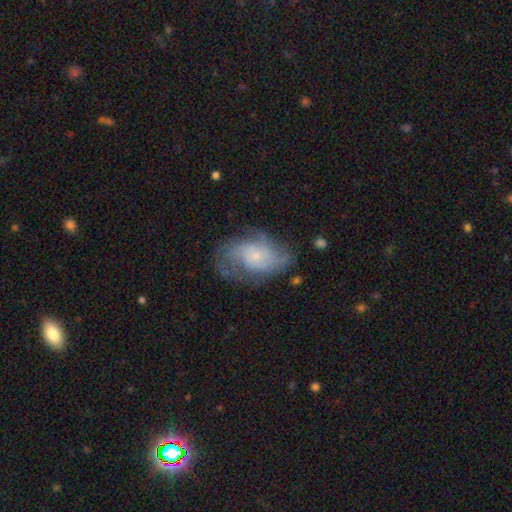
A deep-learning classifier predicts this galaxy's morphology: Q: Smooth or featured?
A: featured or disk (69%); runner-up: smooth (24%)
Q: Edge-on disk?
A: no (97%); runner-up: yes (3%)
Q: Bar?
A: no (75%); runner-up: weak (22%)
Q: Spiral arms?
A: yes (87%); runner-up: no (13%)
Q: Spiral winding?
A: medium (44%); runner-up: tight (33%)
Q: Spiral arm count?
A: 2 (36%); runner-up: can't tell (32%)
Q: Bulge size?
A: small (72%); runner-up: moderate (18%)
Q: Merging?
A: none (53%); runner-up: minor disturbance (25%)